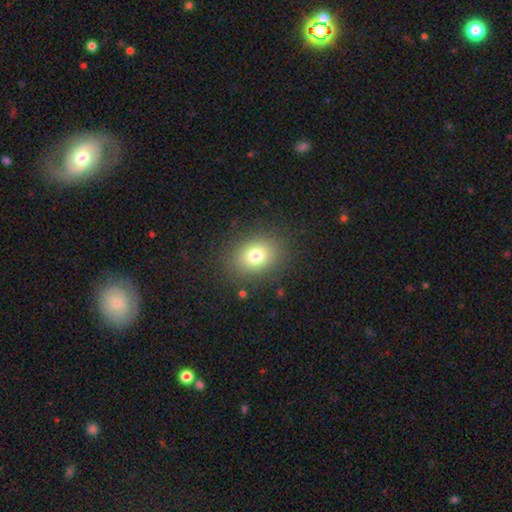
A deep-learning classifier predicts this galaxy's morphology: type=smooth (76%); roundness=in between (53%); merging=none (85%).